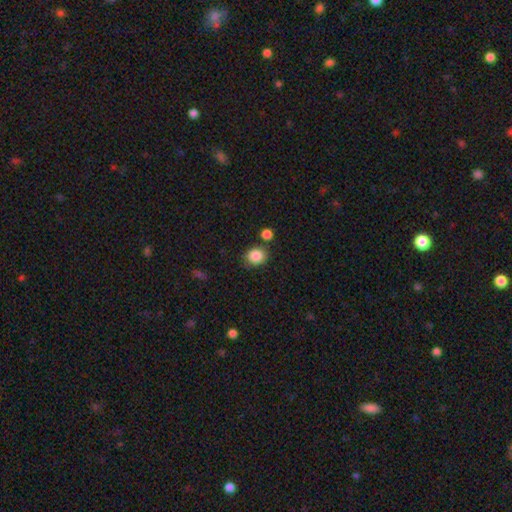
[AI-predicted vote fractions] smooth-or-featured: smooth: 87% | star or artifact: 9% | featured or disk: 4%
  how-rounded: round: 64% | in between: 35% | cigar-shaped: 1%
  merging: none: 77% | minor disturbance: 12% | merger: 8% | major disturbance: 3%